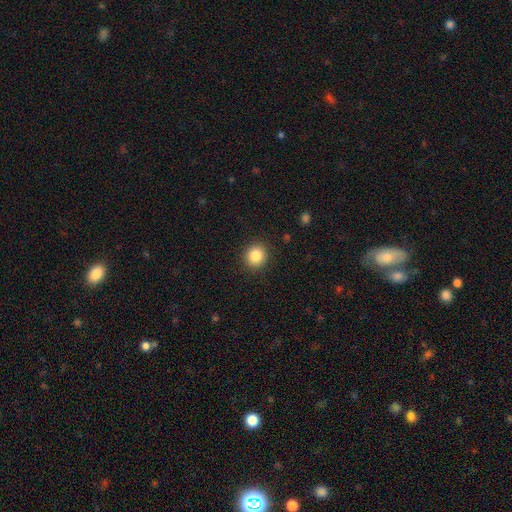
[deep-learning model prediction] The model was most divided on "smooth or featured": smooth: 84%, star or artifact: 10%, featured or disk: 5%. More confident: merging — none (91%); how rounded — round (90%).